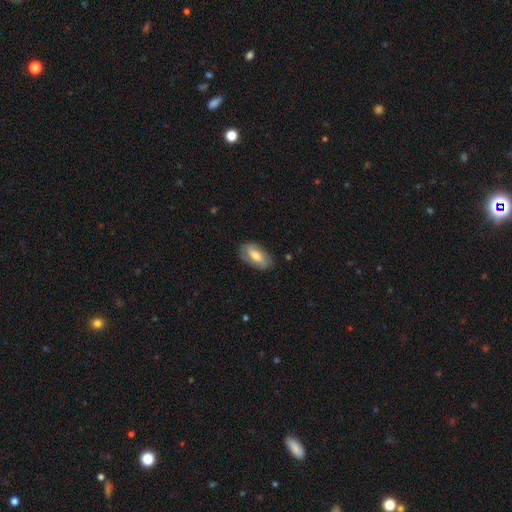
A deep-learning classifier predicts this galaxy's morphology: Smooth or featured? Predicted: smooth (p=0.57). How rounded? Predicted: in between (p=0.89). Merging? Predicted: none (p=0.80).